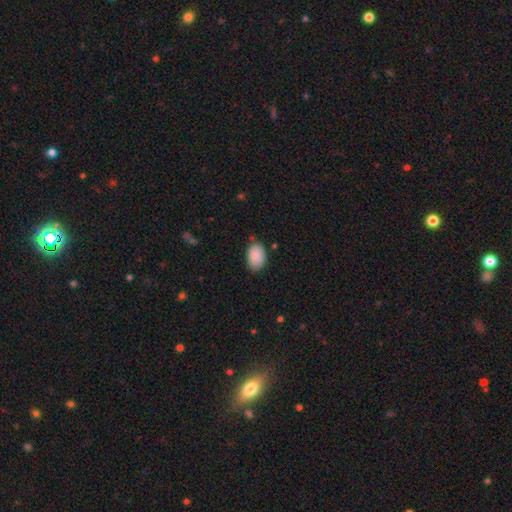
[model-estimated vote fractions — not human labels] Smooth or featured?
  - smooth: 89% *
  - star or artifact: 7%
  - featured or disk: 5%
How rounded?
  - in between: 89% *
  - round: 10%
  - cigar-shaped: 1%
Merging?
  - none: 78% *
  - minor disturbance: 17%
  - major disturbance: 3%
  - merger: 2%